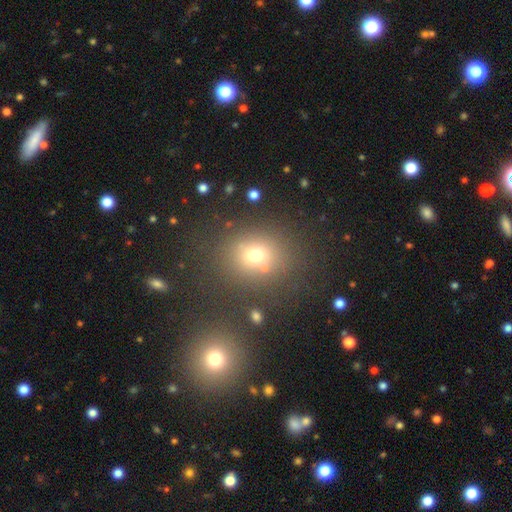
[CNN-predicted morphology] A smooth galaxy with no disk features (67%) that is round (70%).

Vote fractions:
- Smooth or featured? smooth: 67% / star or artifact: 21% / featured or disk: 12%
- How rounded? round: 70% / in between: 29% / cigar-shaped: 1%
- Merging? none: 73% / minor disturbance: 11% / merger: 11% / major disturbance: 5%